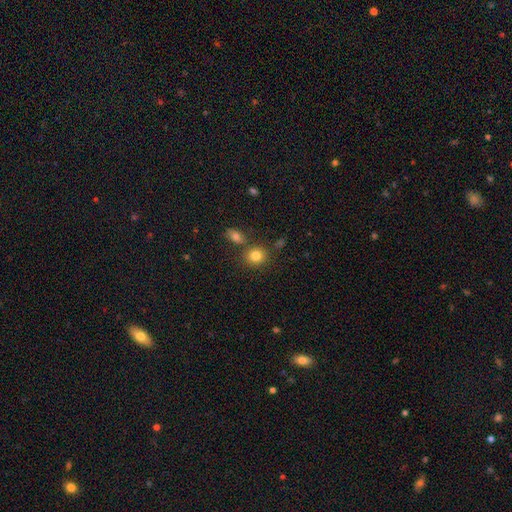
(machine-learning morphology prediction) Smooth or featured? Predicted: smooth (p=0.82). How rounded? Predicted: round (p=0.79). Merging? Predicted: none (p=0.74).